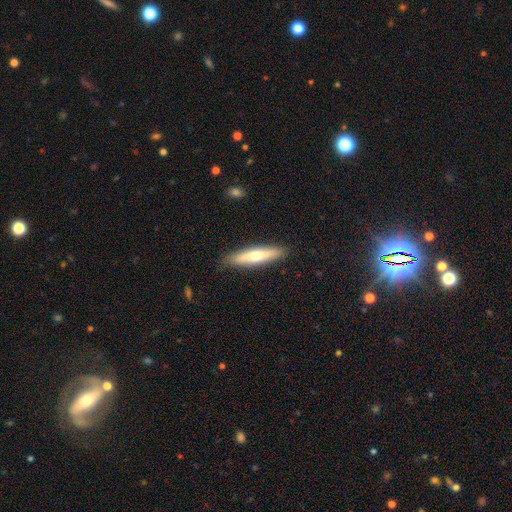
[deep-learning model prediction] Q: Smooth or featured?
A: smooth (55%); runner-up: featured or disk (40%)
Q: How rounded?
A: cigar-shaped (81%); runner-up: in between (17%)
Q: Merging?
A: none (87%); runner-up: minor disturbance (10%)